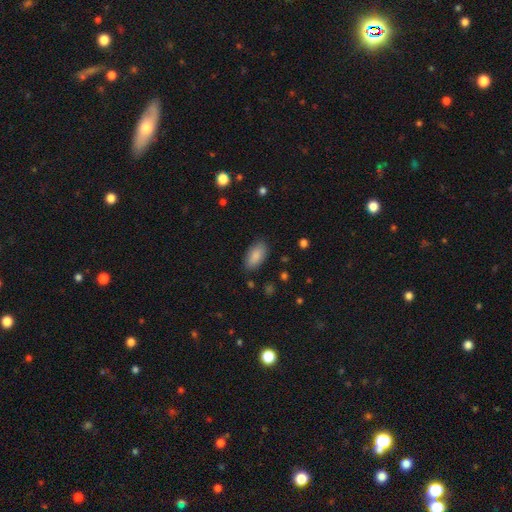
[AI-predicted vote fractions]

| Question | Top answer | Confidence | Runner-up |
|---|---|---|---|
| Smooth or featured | smooth | 88% | star or artifact (7%) |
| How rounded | in between | 92% | cigar-shaped (5%) |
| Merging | none | 84% | minor disturbance (12%) |